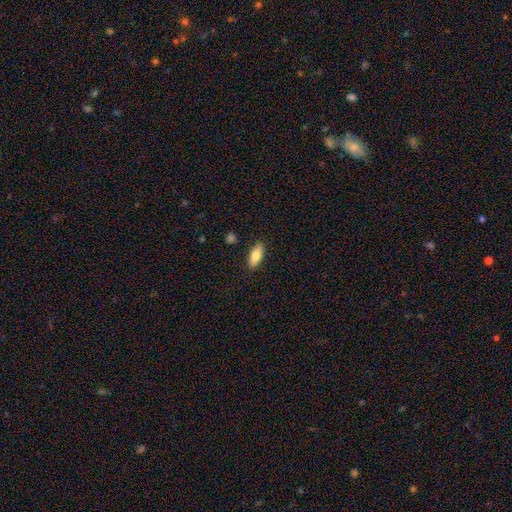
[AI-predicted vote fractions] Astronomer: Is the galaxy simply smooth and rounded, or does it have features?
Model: smooth — 79%.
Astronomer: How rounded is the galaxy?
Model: in between — 82%.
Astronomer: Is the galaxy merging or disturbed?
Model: none — 88%.